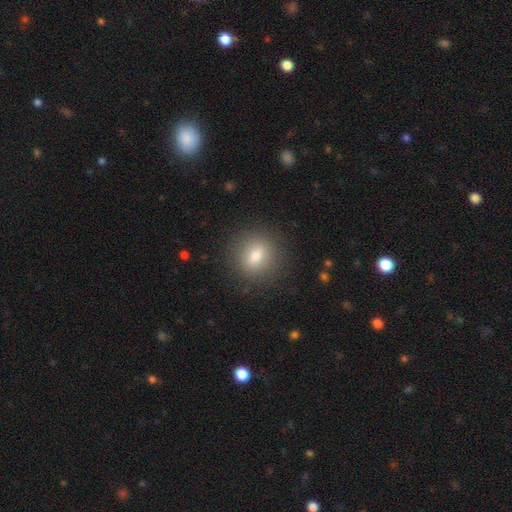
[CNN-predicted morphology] smooth-or-featured: smooth: 74% | featured or disk: 16% | star or artifact: 10%
  how-rounded: round: 76% | in between: 22% | cigar-shaped: 2%
  merging: none: 87% | minor disturbance: 8% | major disturbance: 3% | merger: 1%